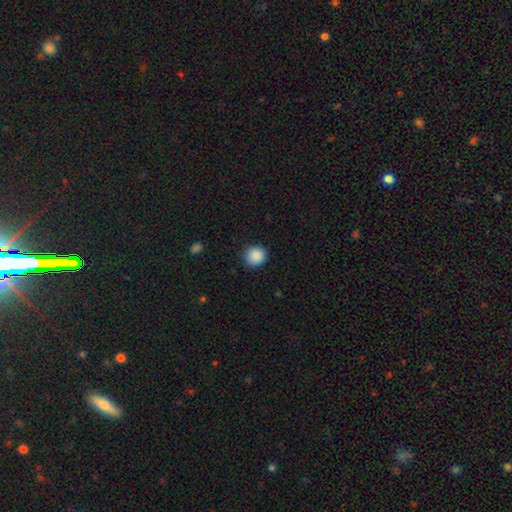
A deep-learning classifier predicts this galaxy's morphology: The model was most divided on "how rounded": round: 85%, in between: 14%, cigar-shaped: 1%. More confident: smooth or featured — smooth (89%); merging — none (87%).